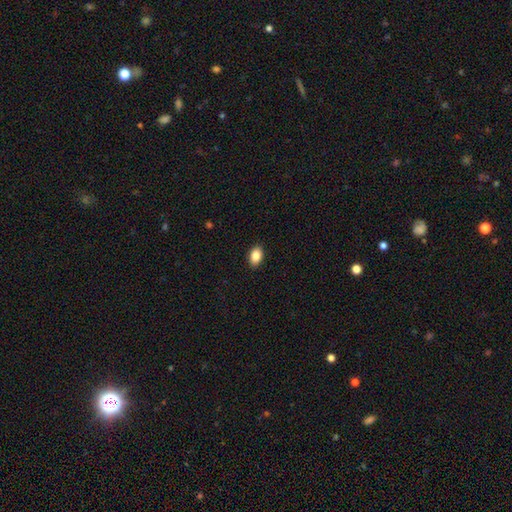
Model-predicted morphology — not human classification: A smooth galaxy with no disk features (87%) that is in between round and cigar-shaped (87%). Merging: none (90%).